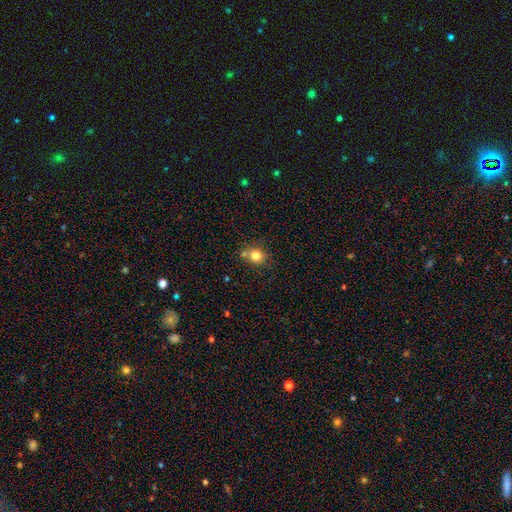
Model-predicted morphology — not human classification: The model was most divided on "merging": none: 62%, merger: 23%, minor disturbance: 12%, major disturbance: 4%. More confident: smooth or featured — smooth (80%); how rounded — round (79%).